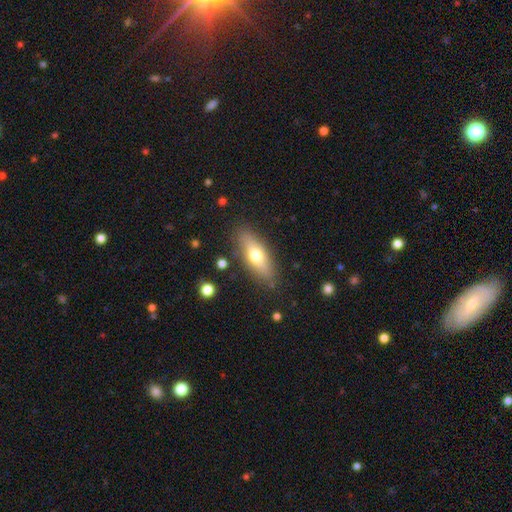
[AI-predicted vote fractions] The model was most divided on "how rounded": in between: 62%, cigar-shaped: 35%, round: 3%. More confident: merging — none (84%); smooth or featured — smooth (63%).